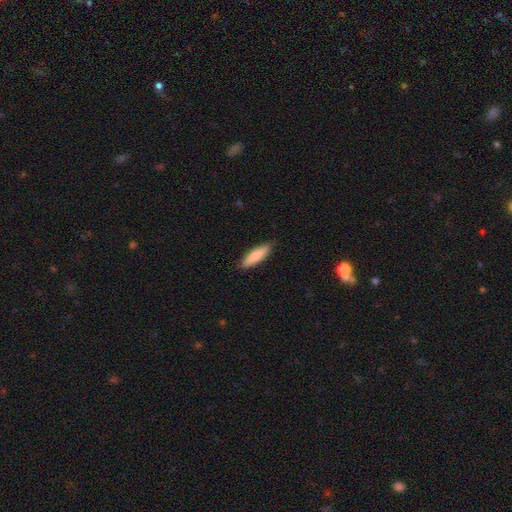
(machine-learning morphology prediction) Smooth or featured: smooth — 83% (featured or disk — 12%)
How rounded: cigar-shaped — 60% (in between — 39%)
Merging: none — 87% (minor disturbance — 11%)